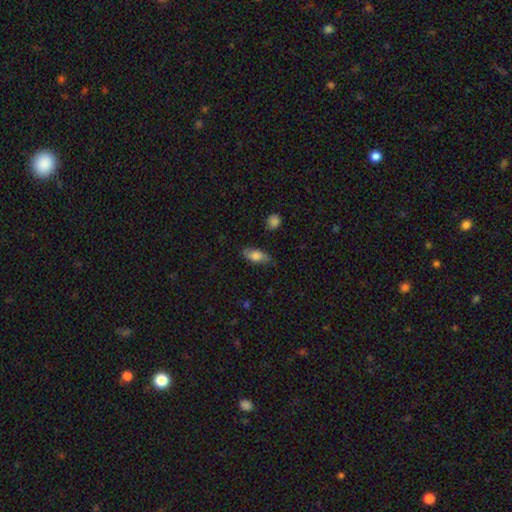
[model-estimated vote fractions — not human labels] The model was most divided on "merging": none: 67%, minor disturbance: 25%, major disturbance: 6%, merger: 2%. More confident: how rounded — in between (79%); smooth or featured — smooth (70%).